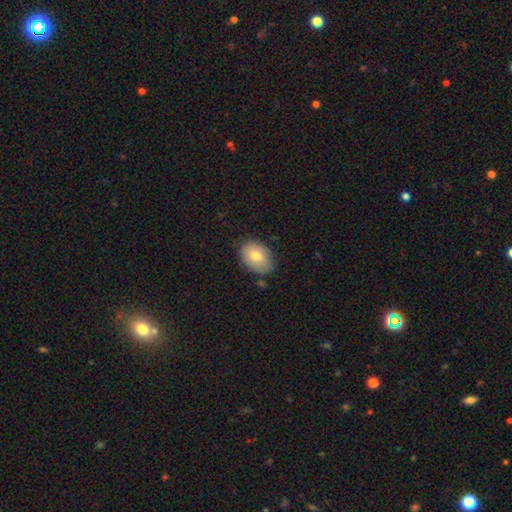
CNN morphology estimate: Smooth or featured? smooth (78%)
How rounded? in between (79%)
Merging? none (77%)